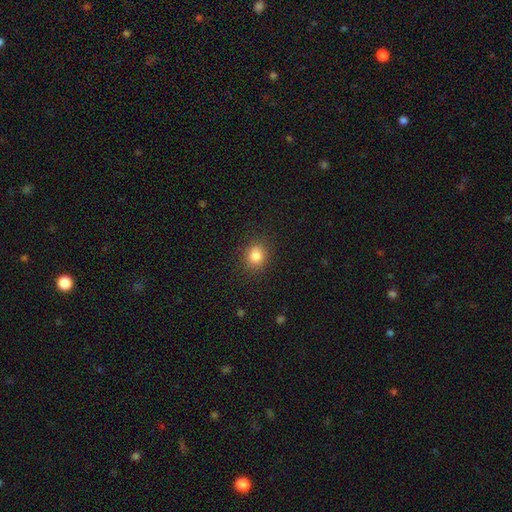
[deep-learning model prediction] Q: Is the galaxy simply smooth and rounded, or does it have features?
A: smooth — 83%.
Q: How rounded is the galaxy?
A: round — 71%.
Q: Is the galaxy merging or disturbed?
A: none — 87%.